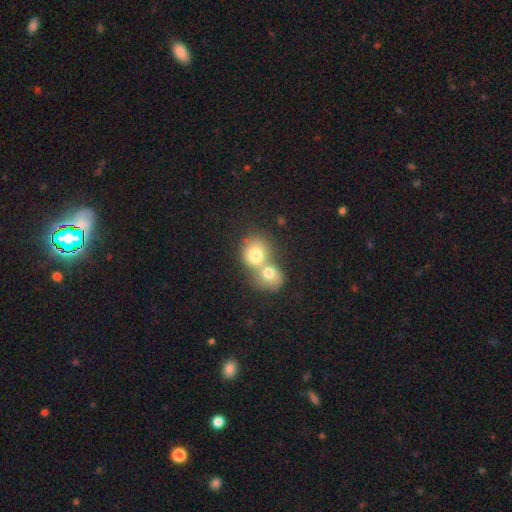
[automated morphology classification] smooth_or_featured: smooth (p=0.72) [alt: featured or disk p=0.18]
how_rounded: round (p=0.72) [alt: in between p=0.27]
merging: merger (p=0.68) [alt: none p=0.23]